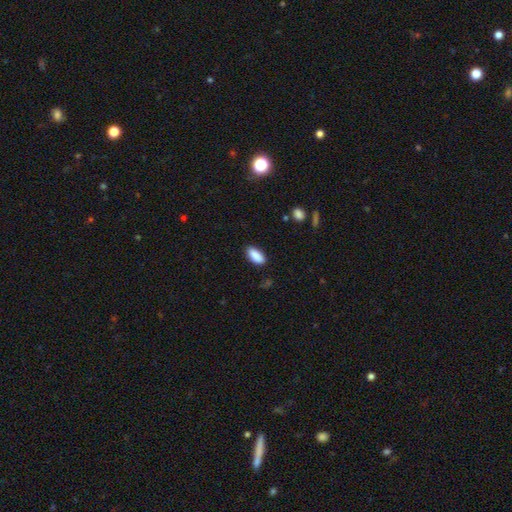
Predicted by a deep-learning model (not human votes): smooth_or_featured: smooth (p=0.90) [alt: star or artifact p=0.07]
how_rounded: in between (p=0.89) [alt: cigar-shaped p=0.09]
merging: none (p=0.86) [alt: minor disturbance p=0.11]